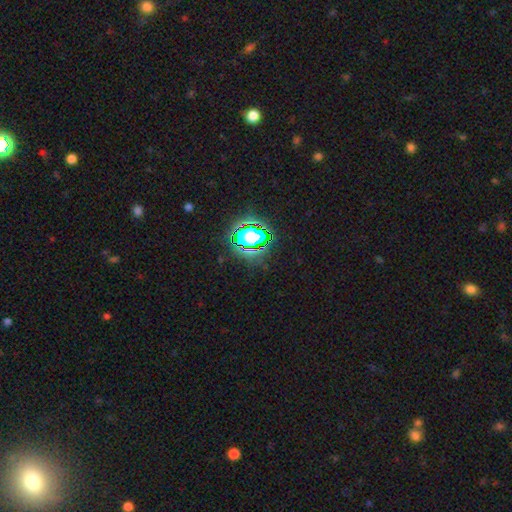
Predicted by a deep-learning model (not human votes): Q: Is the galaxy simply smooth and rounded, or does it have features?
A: star or artifact — 78%.